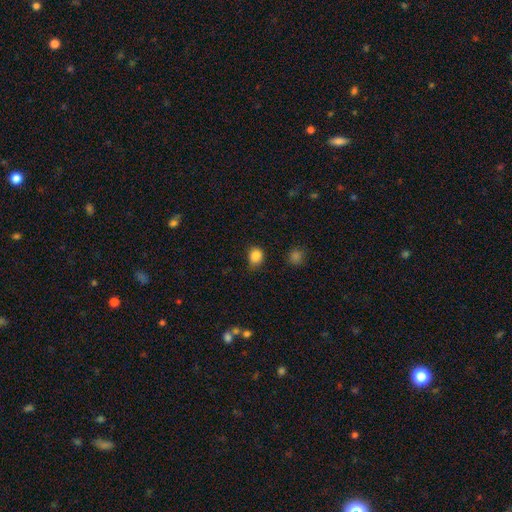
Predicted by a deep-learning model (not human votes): Smooth or featured: smooth — 86% (star or artifact — 11%)
How rounded: round — 64% (in between — 35%)
Merging: none — 70% (minor disturbance — 23%)